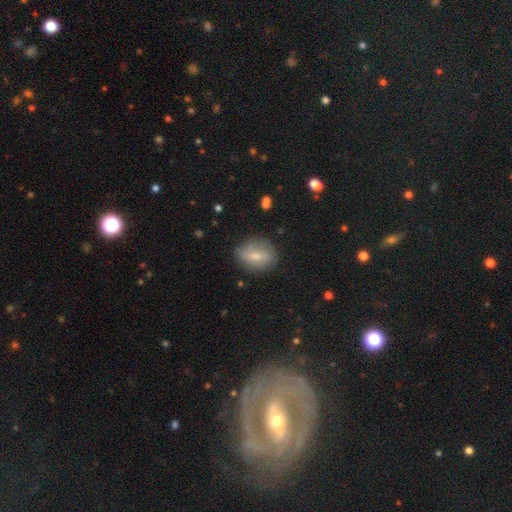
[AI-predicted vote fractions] Smooth or featured?
  - smooth: 65% *
  - featured or disk: 27%
  - star or artifact: 8%
How rounded?
  - in between: 66% *
  - round: 29%
  - cigar-shaped: 5%
Merging?
  - none: 77% *
  - minor disturbance: 17%
  - major disturbance: 5%
  - merger: 2%